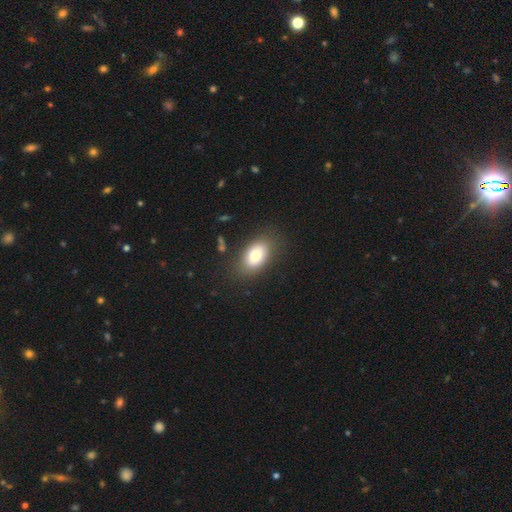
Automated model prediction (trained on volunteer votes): Smooth or featured? smooth (79%)
How rounded? in between (90%)
Merging? none (80%)